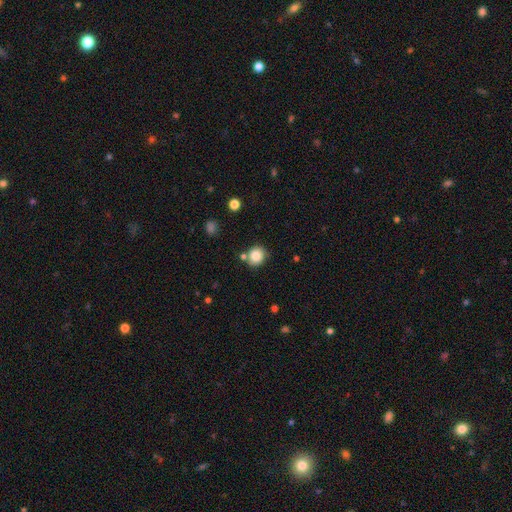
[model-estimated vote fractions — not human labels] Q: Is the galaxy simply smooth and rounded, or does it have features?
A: smooth — 85%.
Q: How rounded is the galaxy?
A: round — 85%.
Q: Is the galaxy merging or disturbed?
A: none — 75%.